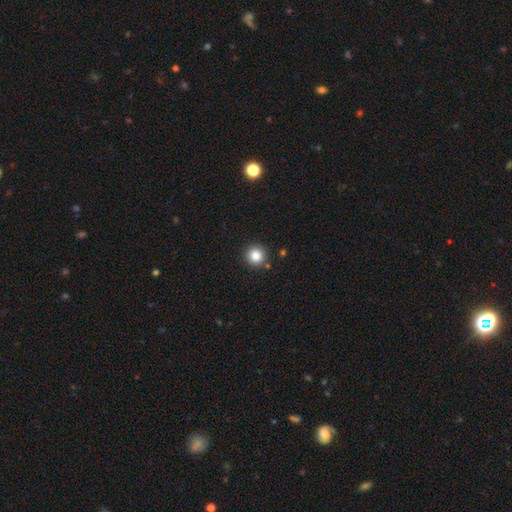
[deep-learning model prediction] smooth_or_featured: smooth (p=0.84) [alt: star or artifact p=0.11]
how_rounded: round (p=0.95) [alt: in between p=0.04]
merging: none (p=0.89) [alt: minor disturbance p=0.06]